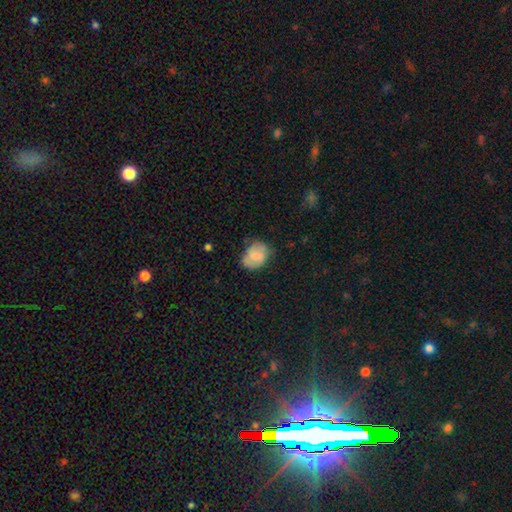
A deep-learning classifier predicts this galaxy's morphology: Smooth or featured?
  - smooth: 55% *
  - featured or disk: 37%
  - star or artifact: 8%
How rounded?
  - in between: 62% *
  - round: 37%
  - cigar-shaped: 1%
Merging?
  - none: 63% *
  - minor disturbance: 27%
  - major disturbance: 8%
  - merger: 2%